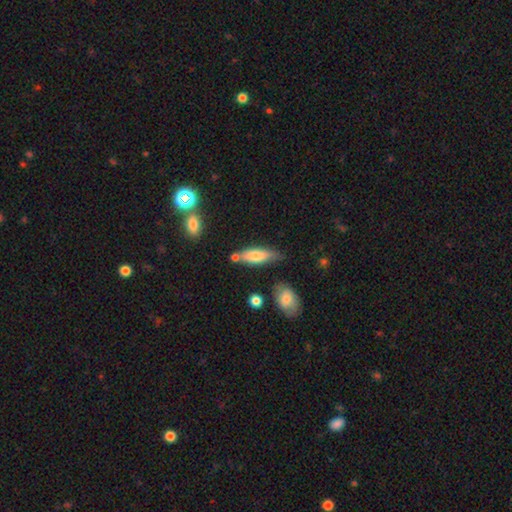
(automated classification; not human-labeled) Morphology: type=smooth (73%); roundness=in between (59%); merging=none (56%).